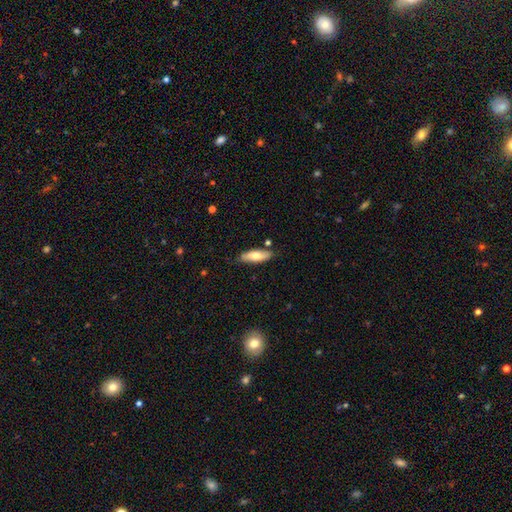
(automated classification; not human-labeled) A smooth galaxy with no disk features (69%) that is in between round and cigar-shaped (61%).

Vote fractions:
- Smooth or featured? smooth: 69% / featured or disk: 25% / star or artifact: 6%
- How rounded? in between: 61% / cigar-shaped: 37% / round: 2%
- Merging? none: 81% / minor disturbance: 14% / merger: 3% / major disturbance: 2%